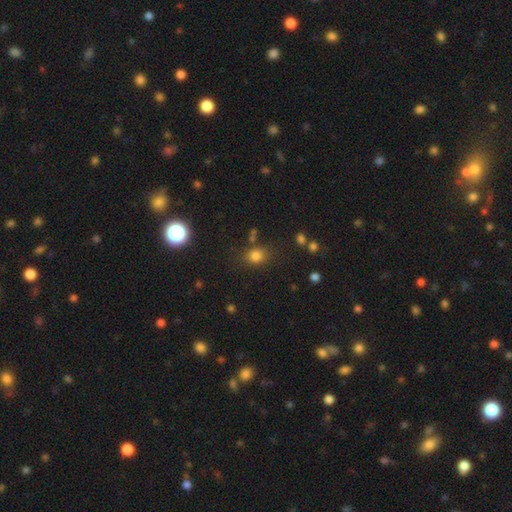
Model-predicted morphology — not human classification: A smooth galaxy with no disk features (78%) that is round (58%).

Vote fractions:
- Smooth or featured? smooth: 78% / star or artifact: 16% / featured or disk: 6%
- How rounded? round: 58% / in between: 41% / cigar-shaped: 1%
- Merging? none: 74% / minor disturbance: 14% / merger: 7% / major disturbance: 6%